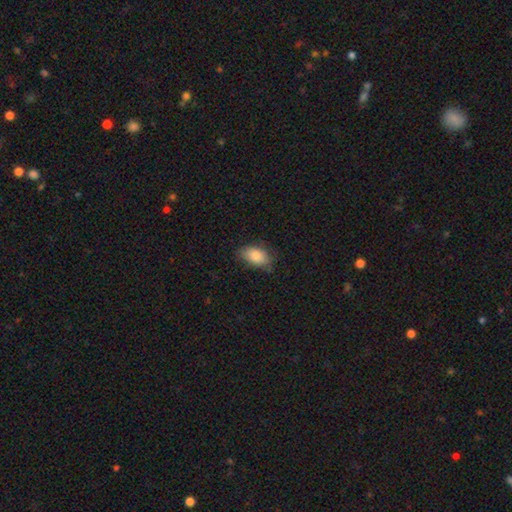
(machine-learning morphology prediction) Overall: smooth (84%). How rounded: in between (91%). Merging: none (71%).